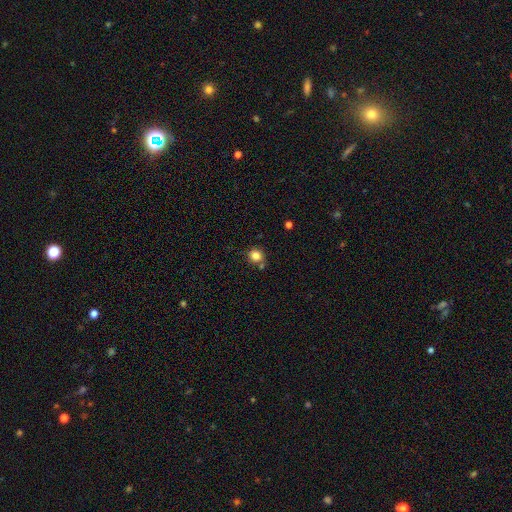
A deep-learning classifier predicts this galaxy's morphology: Overall: smooth (83%). How rounded: round (85%). Merging: none (71%).